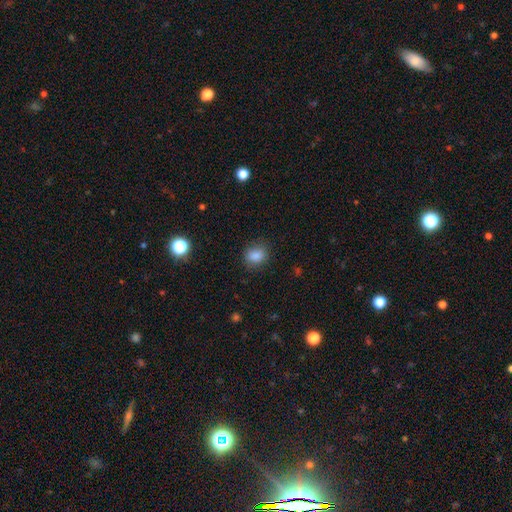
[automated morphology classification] Smooth or featured: smooth — 84% (star or artifact — 11%)
How rounded: in between — 49% (tied with round — 49%)
Merging: none — 80% (minor disturbance — 15%)